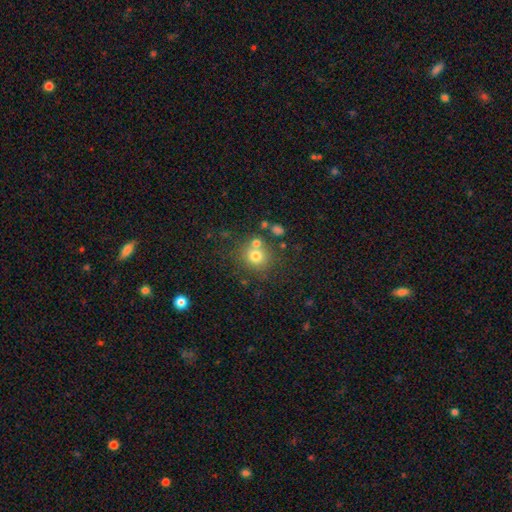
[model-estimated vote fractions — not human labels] Overall: smooth (74%). How rounded: round (87%). Merging: none (63%).